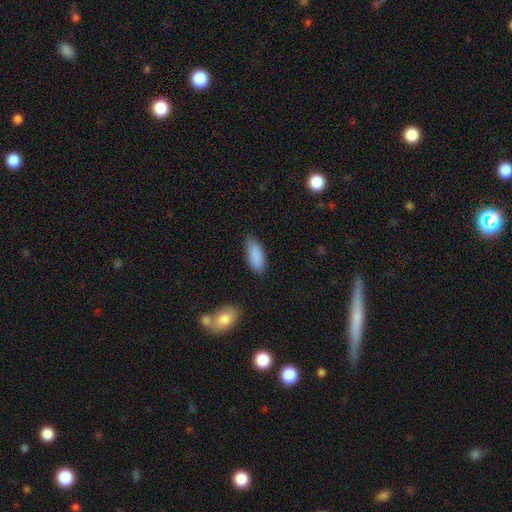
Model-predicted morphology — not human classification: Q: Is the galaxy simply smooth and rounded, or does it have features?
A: smooth — 89%.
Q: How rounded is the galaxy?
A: in between — 81%.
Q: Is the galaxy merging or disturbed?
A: none — 79%.